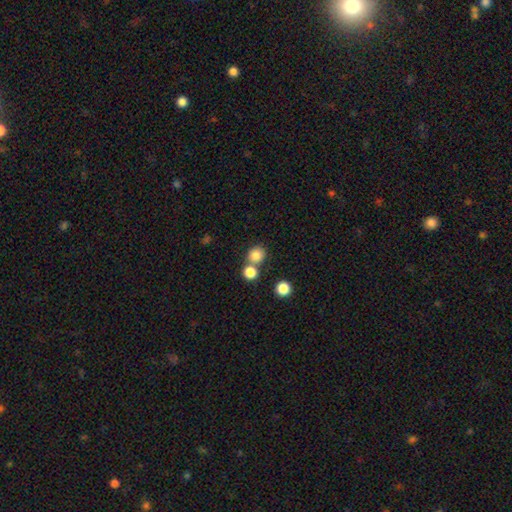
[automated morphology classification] Smooth or featured? smooth (82%)
How rounded? round (86%)
Merging? none (61%)